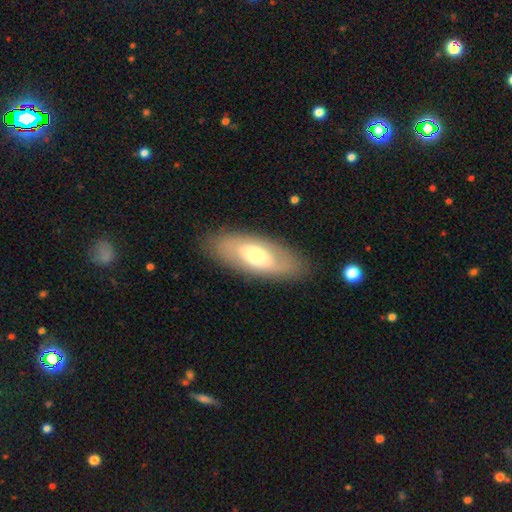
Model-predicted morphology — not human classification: type=smooth (51%); roundness=in between (82%); merging=none (84%).